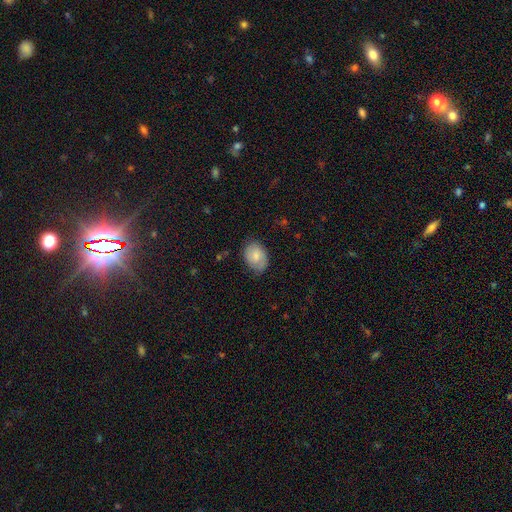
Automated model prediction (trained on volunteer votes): Smooth or featured? Predicted: smooth (p=0.71). How rounded? Predicted: in between (p=0.73). Merging? Predicted: none (p=0.75).